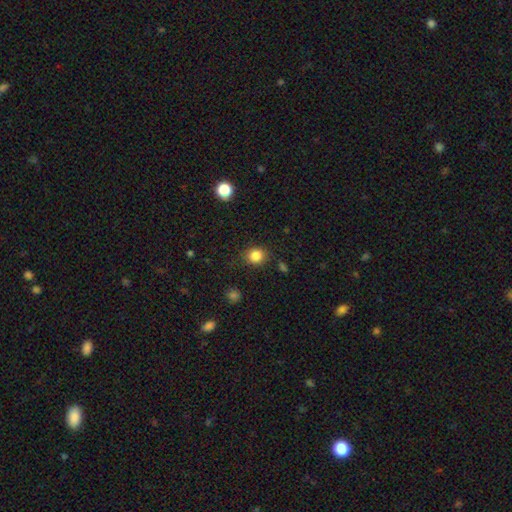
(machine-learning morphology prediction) smooth_or_featured: smooth (p=0.84) [alt: star or artifact p=0.11]
how_rounded: round (p=0.76) [alt: in between p=0.23]
merging: none (p=0.84) [alt: minor disturbance p=0.11]